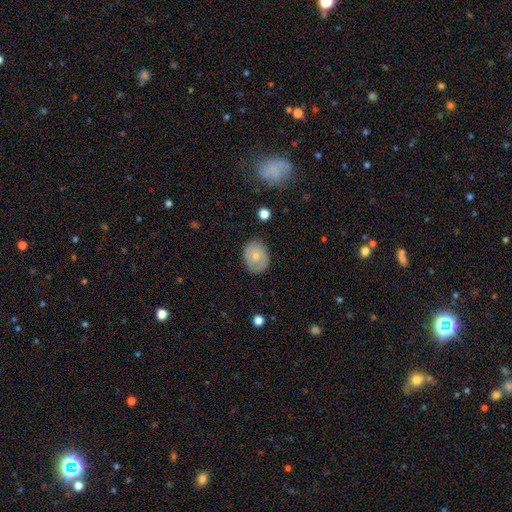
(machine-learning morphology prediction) smooth-or-featured: smooth: 63% | featured or disk: 30% | star or artifact: 7%
  how-rounded: round: 51% | in between: 48% | cigar-shaped: 1%
  merging: none: 80% | minor disturbance: 15% | major disturbance: 3% | merger: 1%